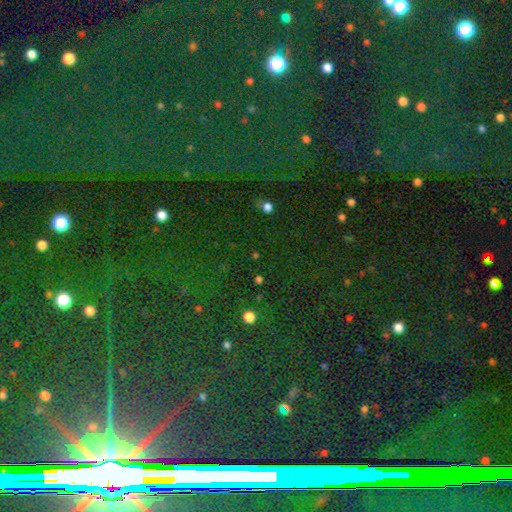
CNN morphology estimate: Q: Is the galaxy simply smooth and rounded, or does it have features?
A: star or artifact — 70%.